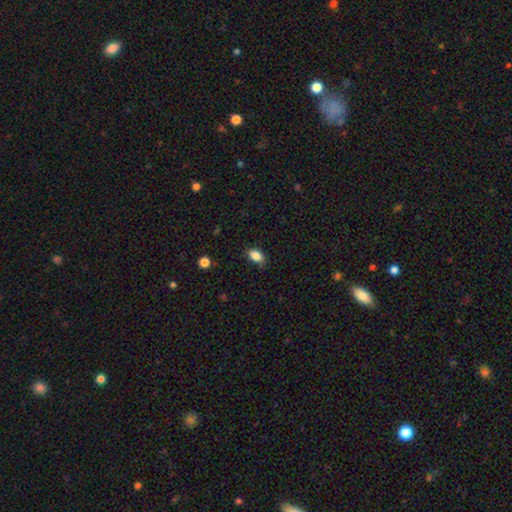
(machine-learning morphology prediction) Smooth or featured? smooth (86%)
How rounded? in between (87%)
Merging? none (81%)